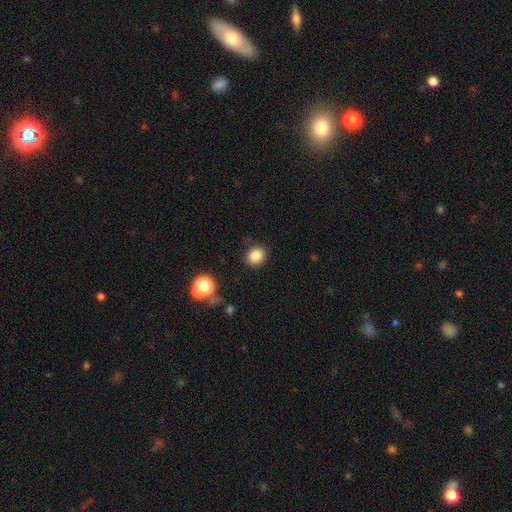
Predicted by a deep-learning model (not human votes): Morphology: type=smooth (84%); roundness=round (88%); merging=none (86%).